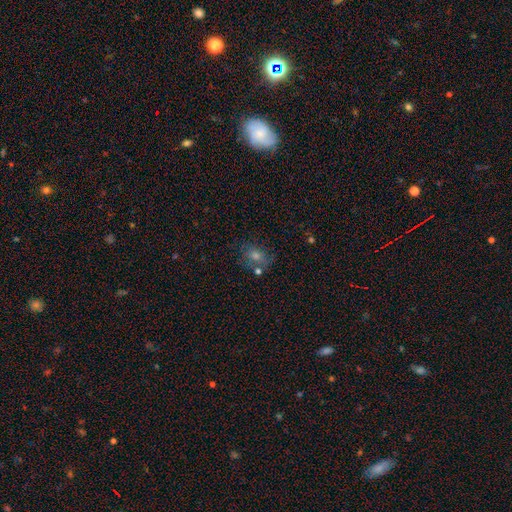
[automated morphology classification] Q: Smooth or featured?
A: smooth (52%); runner-up: star or artifact (27%)
Q: How rounded?
A: round (55%); runner-up: in between (43%)
Q: Merging?
A: none (67%); runner-up: minor disturbance (17%)